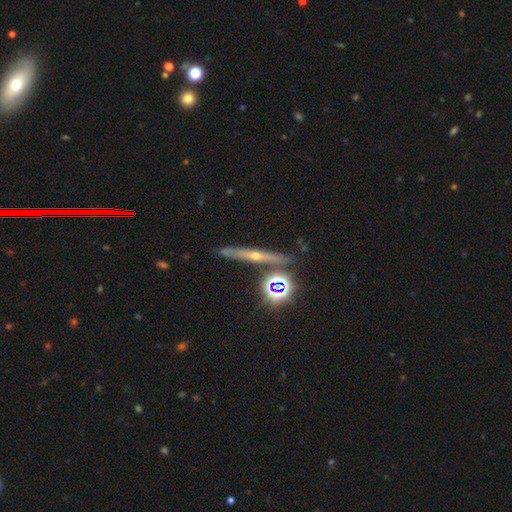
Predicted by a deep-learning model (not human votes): Smooth or featured: featured or disk — 62% (star or artifact — 22%)
Edge-on disk: yes — 91% (no — 9%)
Edge-on bulge: rounded — 83% (none — 11%)
Merging: none — 78% (minor disturbance — 10%)